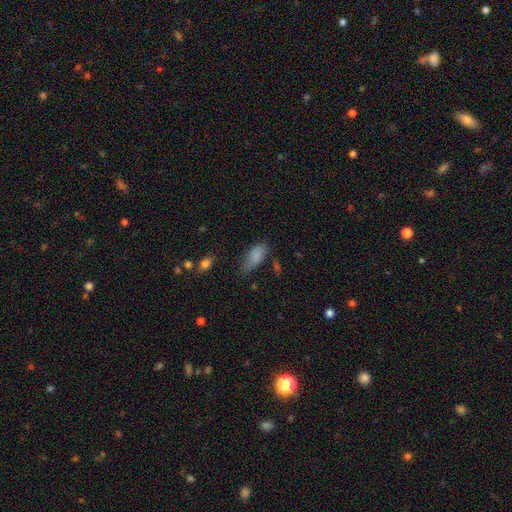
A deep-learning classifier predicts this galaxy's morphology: This is clearly a smooth galaxy (84%). How rounded: clearly in between (89%). Merging: possibly none (48%).